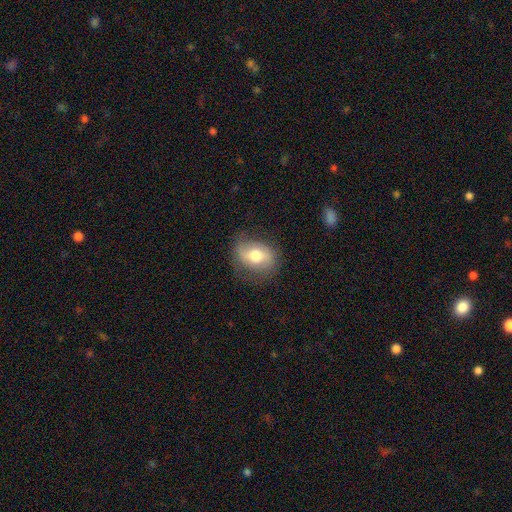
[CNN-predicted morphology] smooth-or-featured: smooth: 54% | featured or disk: 38% | star or artifact: 8%
  how-rounded: in between: 65% | round: 34% | cigar-shaped: 2%
  merging: none: 70% | minor disturbance: 20% | major disturbance: 9% | merger: 1%